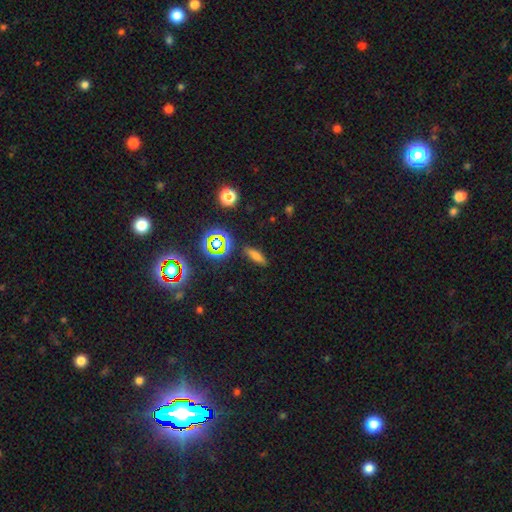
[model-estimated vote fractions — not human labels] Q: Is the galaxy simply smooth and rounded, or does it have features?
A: smooth — 63%.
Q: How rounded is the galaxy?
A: cigar-shaped — 57%.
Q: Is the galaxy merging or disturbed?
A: none — 85%.